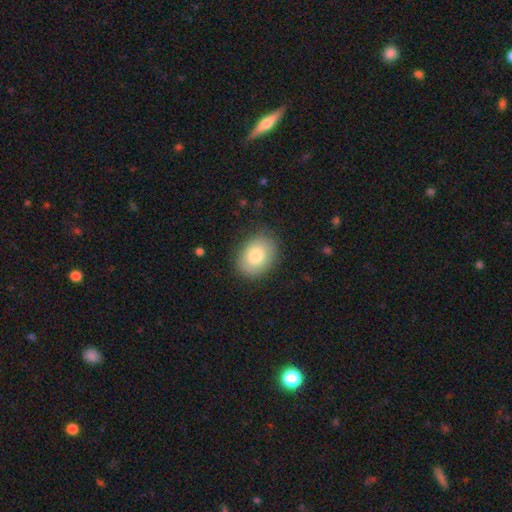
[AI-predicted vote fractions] A smooth galaxy with no disk features (80%) that is in between round and cigar-shaped (69%).

Vote fractions:
- Smooth or featured? smooth: 80% / featured or disk: 13% / star or artifact: 7%
- How rounded? in between: 69% / round: 30% / cigar-shaped: 1%
- Merging? none: 83% / minor disturbance: 12% / major disturbance: 3% / merger: 1%